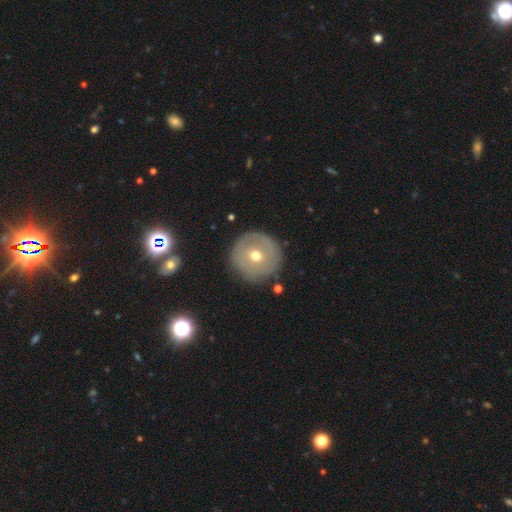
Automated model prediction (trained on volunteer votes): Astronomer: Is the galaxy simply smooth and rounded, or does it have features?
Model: smooth — 48% (runner-up: featured or disk, 42%).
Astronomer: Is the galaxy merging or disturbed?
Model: none — 86%.